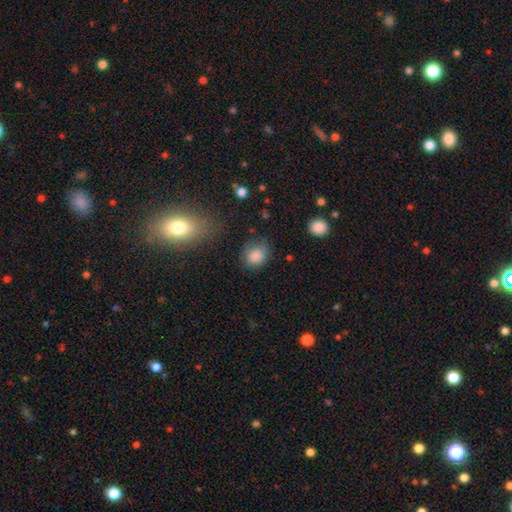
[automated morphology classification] Smooth or featured: smooth — 86% (star or artifact — 9%)
How rounded: round — 70% (in between — 29%)
Merging: none — 73% (minor disturbance — 19%)